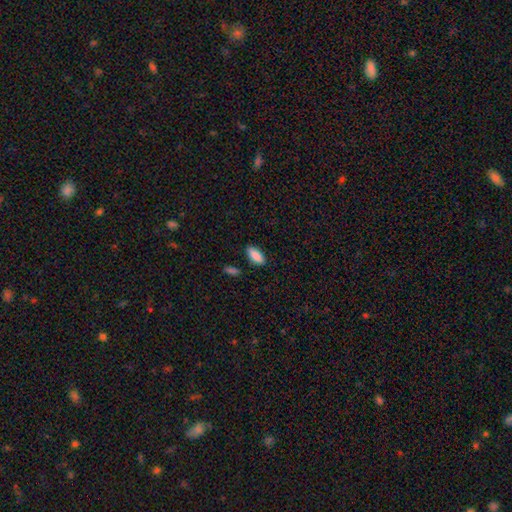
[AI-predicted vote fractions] A smooth galaxy with no disk features (88%) that is in between round and cigar-shaped (86%). Merging: none (85%).